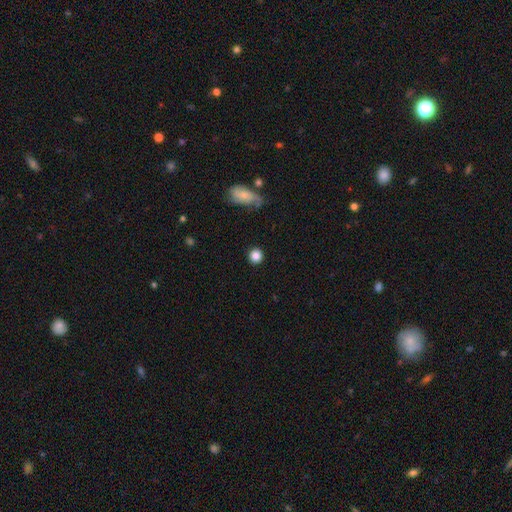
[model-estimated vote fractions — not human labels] This is clearly a smooth galaxy (85%). How rounded: clearly round (92%). Merging: clearly none (88%).